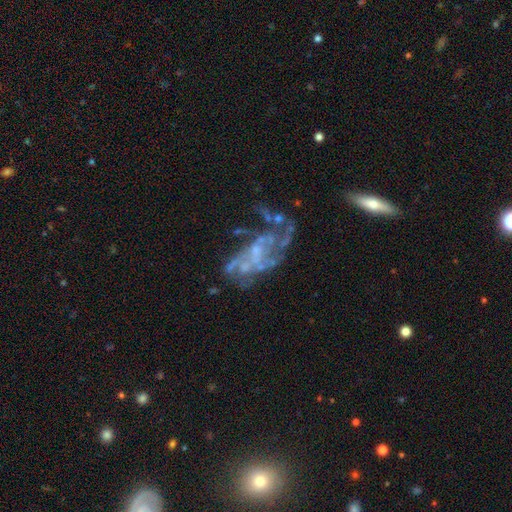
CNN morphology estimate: A featured or disk galaxy (77%) with no bar (69%), spiral arms (59%) and no central bulge (47%).

Vote fractions:
- Smooth or featured? featured or disk: 77% / star or artifact: 12% / smooth: 11%
- Edge-on disk? no: 95% / yes: 5%
- Bar? no: 69% / weak: 24% / strong: 7%
- Spiral arms? yes: 59% / no: 41%
- Bulge size? none: 47% / small: 37% / moderate: 13% / large: 2% / dominant: 1%
- Merging? major disturbance: 41% / none: 29% / minor disturbance: 17% / merger: 13%